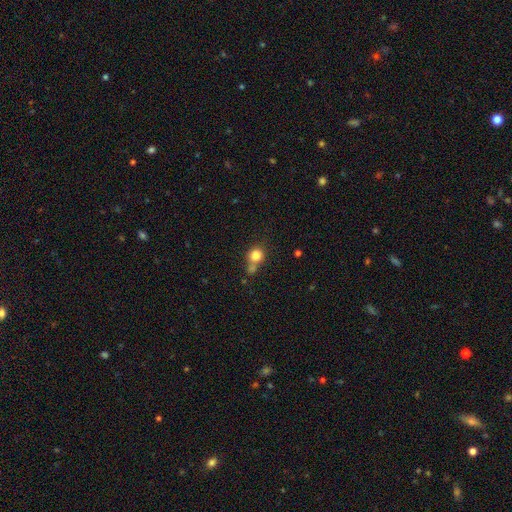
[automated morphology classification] smooth-or-featured: smooth: 81% | star or artifact: 11% | featured or disk: 8%
  how-rounded: round: 83% | in between: 16% | cigar-shaped: 1%
  merging: none: 50% | merger: 32% | minor disturbance: 13% | major disturbance: 5%